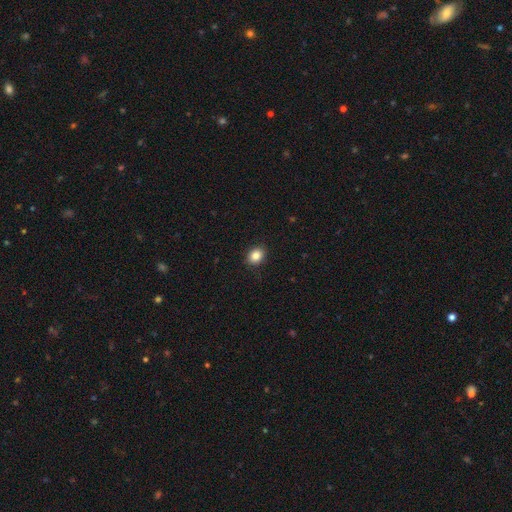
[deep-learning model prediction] Smooth or featured?
  - smooth: 86% *
  - star or artifact: 9%
  - featured or disk: 5%
How rounded?
  - in between: 54% *
  - round: 45%
  - cigar-shaped: 1%
Merging?
  - none: 89% *
  - minor disturbance: 8%
  - major disturbance: 2%
  - merger: 1%